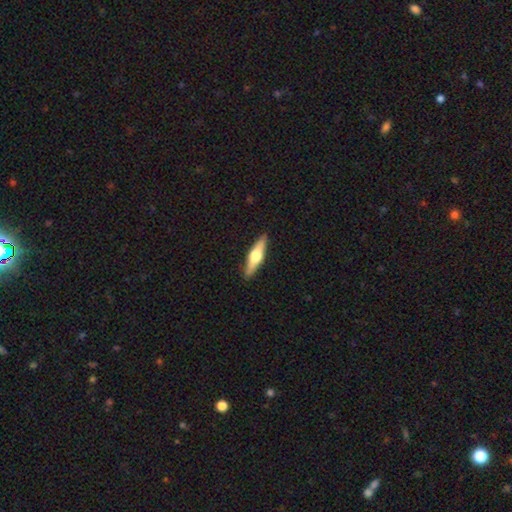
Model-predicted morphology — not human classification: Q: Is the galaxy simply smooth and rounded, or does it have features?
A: featured or disk — 58%.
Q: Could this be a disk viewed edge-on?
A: yes — 95%.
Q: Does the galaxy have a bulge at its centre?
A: rounded — 94%.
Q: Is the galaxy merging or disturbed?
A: none — 91%.